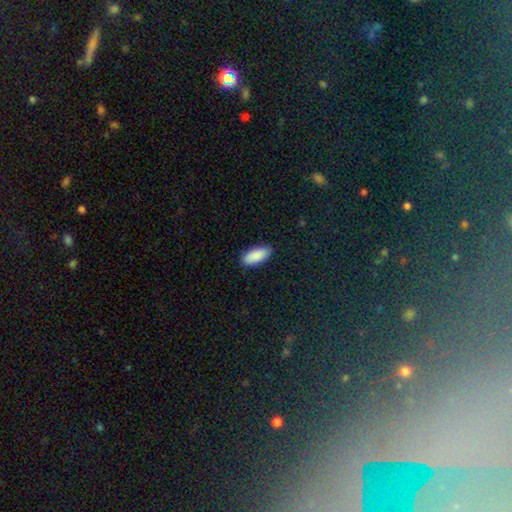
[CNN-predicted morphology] Smooth or featured?
  - smooth: 90% *
  - star or artifact: 6%
  - featured or disk: 4%
How rounded?
  - in between: 90% *
  - cigar-shaped: 8%
  - round: 2%
Merging?
  - none: 87% *
  - minor disturbance: 10%
  - major disturbance: 2%
  - merger: 1%